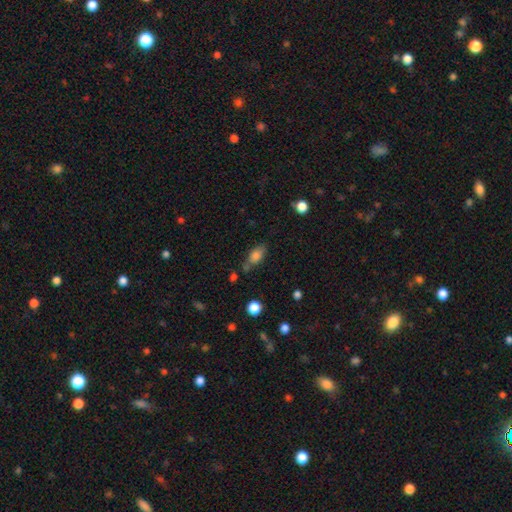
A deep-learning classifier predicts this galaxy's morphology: Overall: smooth (79%). How rounded: in between (83%). Merging: none (60%; minor disturbance 21%).